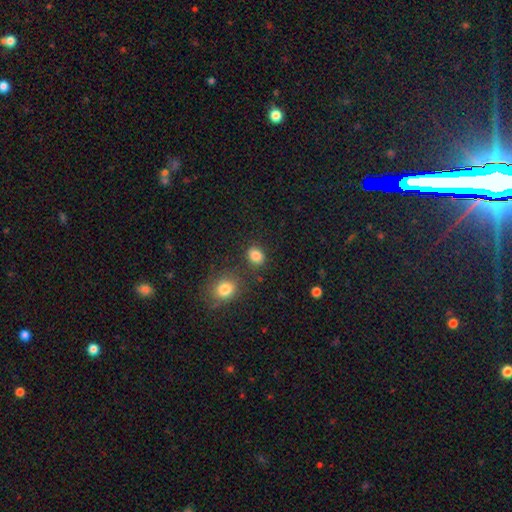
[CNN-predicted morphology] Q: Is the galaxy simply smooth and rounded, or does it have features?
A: smooth — 85%.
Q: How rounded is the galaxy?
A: in between — 58%.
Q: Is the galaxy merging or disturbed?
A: none — 76%.